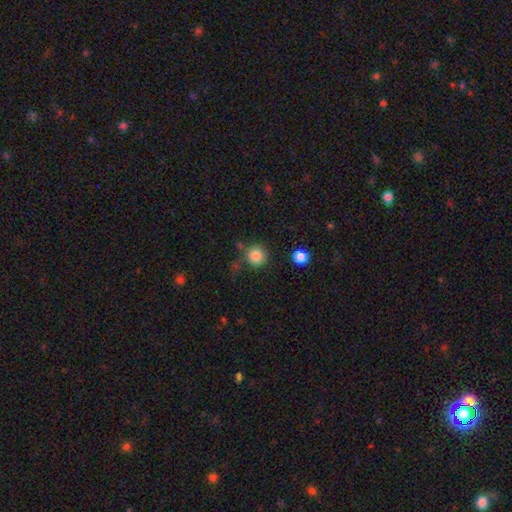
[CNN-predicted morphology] This is clearly a smooth galaxy (83%). How rounded: clearly round (94%). Merging: likely none (78%).